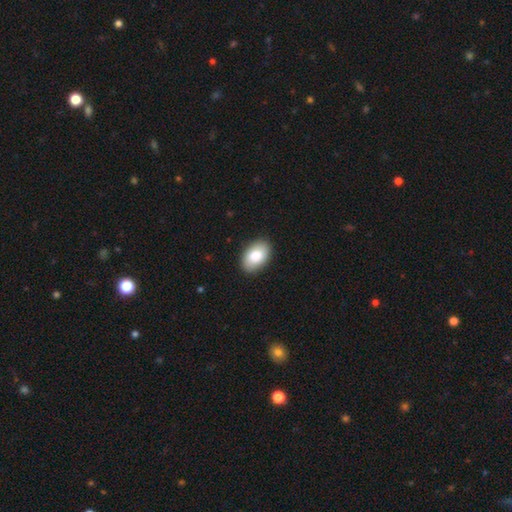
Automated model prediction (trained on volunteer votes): This appears to be a smooth galaxy with no disk features (86%) that is in between round and cigar-shaped (92%). Merging: none (89%).